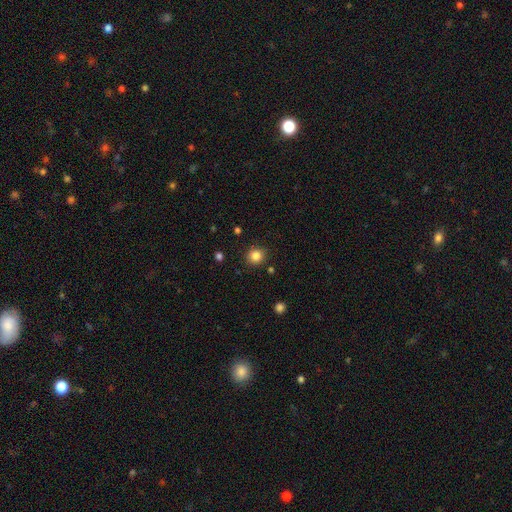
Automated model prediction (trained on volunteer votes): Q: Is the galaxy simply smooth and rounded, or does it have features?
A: smooth — 84%.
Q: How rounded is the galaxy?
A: round — 85%.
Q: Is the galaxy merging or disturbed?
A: none — 88%.